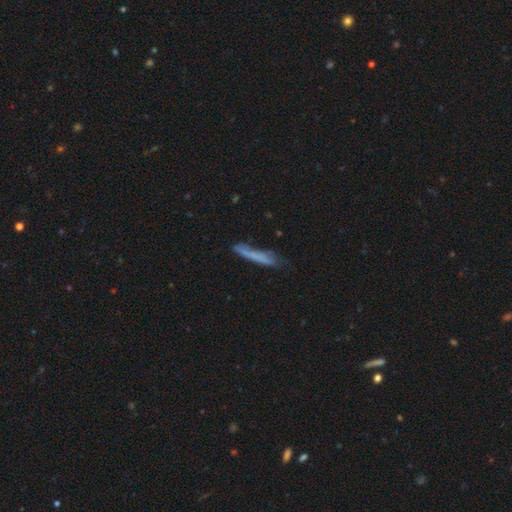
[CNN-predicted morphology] smooth 64%, featured or disk 28%, star or artifact 8%. Down the decision tree: how rounded — cigar-shaped (93%); merging — none (61%).